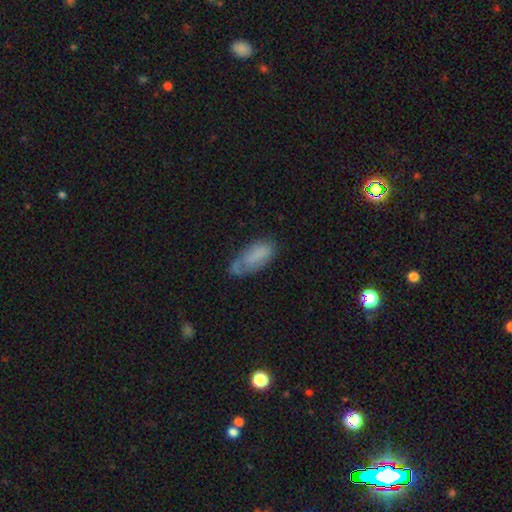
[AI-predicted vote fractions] Overall: smooth (68%). How rounded: in between (84%). Merging: none (45%; minor disturbance 33%).